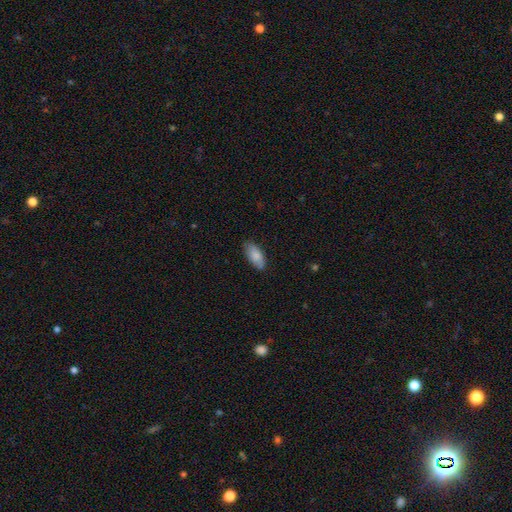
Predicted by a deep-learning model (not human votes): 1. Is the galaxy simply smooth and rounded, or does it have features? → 85% smooth, 9% featured or disk, 6% star or artifact.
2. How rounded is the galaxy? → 89% in between, 9% cigar-shaped, 2% round.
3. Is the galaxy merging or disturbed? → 81% none, 15% minor disturbance, 2% major disturbance, 1% merger.